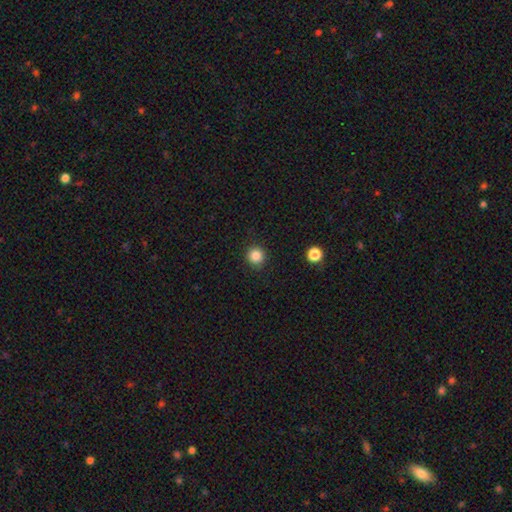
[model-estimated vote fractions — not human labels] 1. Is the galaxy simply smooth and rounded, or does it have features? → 85% smooth, 11% star or artifact, 4% featured or disk.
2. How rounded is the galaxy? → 94% round, 5% in between, 1% cigar-shaped.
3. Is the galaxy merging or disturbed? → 92% none, 5% minor disturbance, 2% major disturbance, 1% merger.